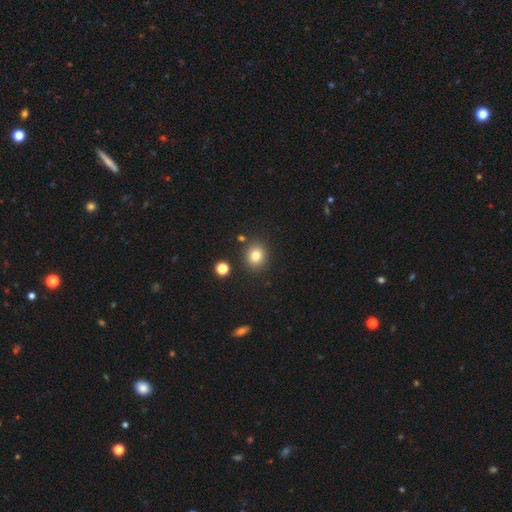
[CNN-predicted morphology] Smooth or featured? smooth (82%)
How rounded? round (75%)
Merging? none (85%)